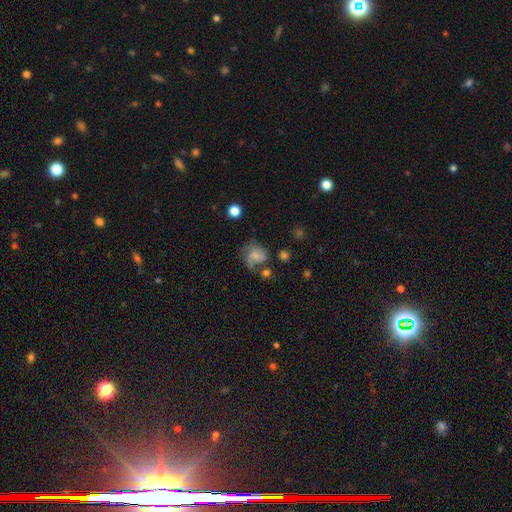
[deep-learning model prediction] smooth 46%, featured or disk 43%, star or artifact 12%. Down the decision tree: merging — none (42%).